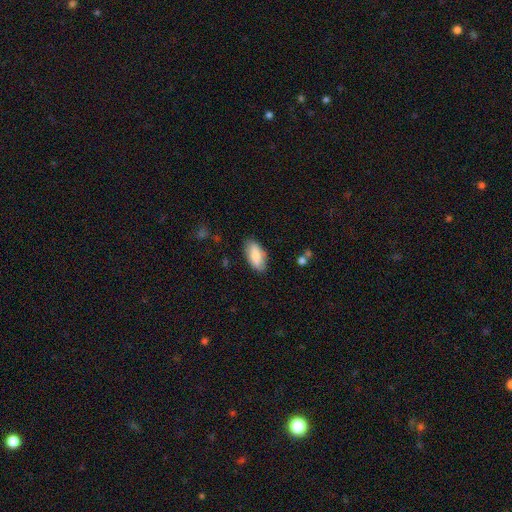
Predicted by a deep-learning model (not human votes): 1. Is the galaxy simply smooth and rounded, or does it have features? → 79% smooth, 15% featured or disk, 6% star or artifact.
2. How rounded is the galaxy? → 89% in between, 9% cigar-shaped, 2% round.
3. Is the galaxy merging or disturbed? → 81% none, 15% minor disturbance, 3% major disturbance, 2% merger.